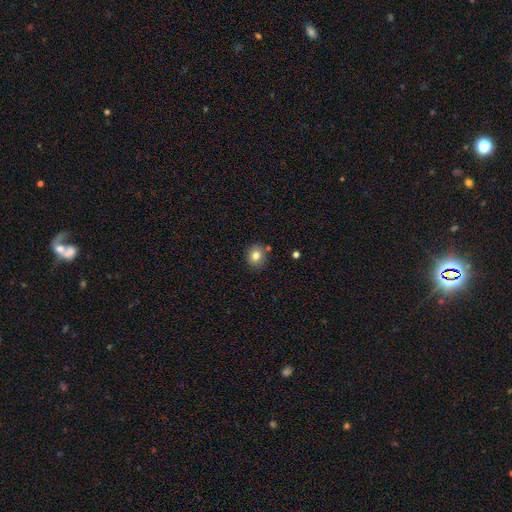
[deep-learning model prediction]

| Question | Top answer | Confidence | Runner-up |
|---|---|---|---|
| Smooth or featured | smooth | 81% | star or artifact (11%) |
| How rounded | round | 83% | in between (16%) |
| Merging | none | 82% | minor disturbance (10%) |